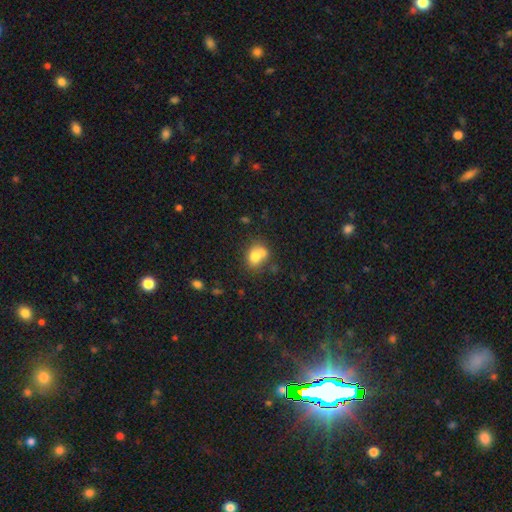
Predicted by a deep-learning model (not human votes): A smooth galaxy with no disk features (72%) that is round (54%).

Vote fractions:
- Smooth or featured? smooth: 72% / featured or disk: 17% / star or artifact: 11%
- How rounded? round: 54% / in between: 45% / cigar-shaped: 1%
- Merging? merger: 52% / none: 33% / minor disturbance: 11% / major disturbance: 5%